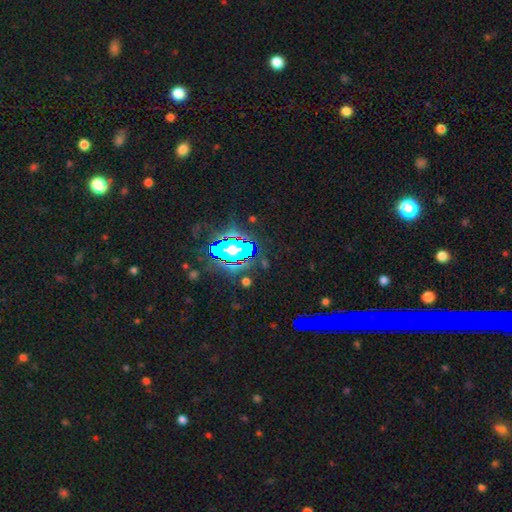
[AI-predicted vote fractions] Smooth or featured? star or artifact (79%)